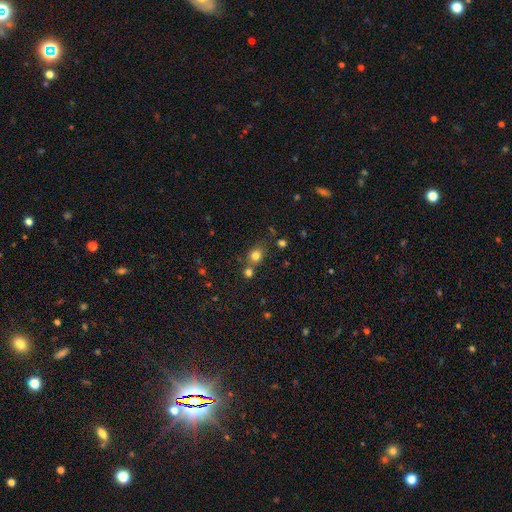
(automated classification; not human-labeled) smooth_or_featured: smooth (p=0.78) [alt: star or artifact p=0.15]
how_rounded: round (p=0.75) [alt: in between p=0.24]
merging: none (p=0.65) [alt: merger p=0.20]